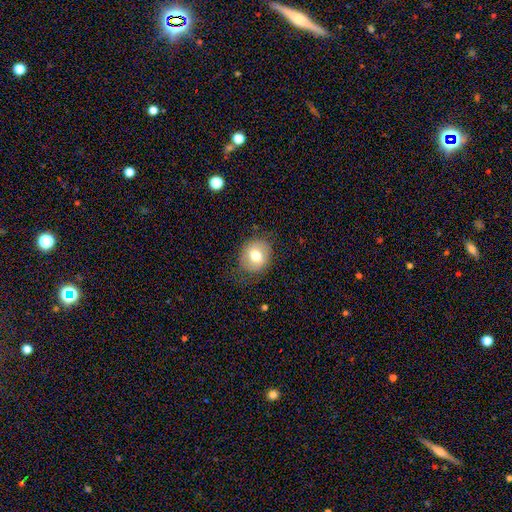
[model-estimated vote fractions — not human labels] smooth_or_featured: smooth (p=0.72) [alt: featured or disk p=0.19]
how_rounded: round (p=0.69) [alt: in between p=0.30]
merging: none (p=0.77) [alt: minor disturbance p=0.16]